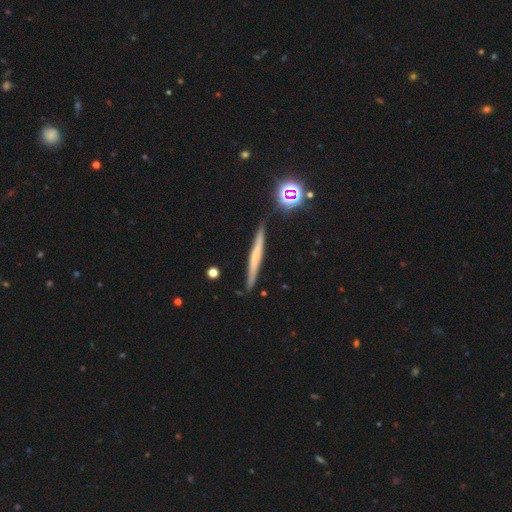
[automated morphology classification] Q: Smooth or featured?
A: featured or disk (50%); runner-up: smooth (40%)
Q: Edge-on disk?
A: yes (96%); runner-up: no (4%)
Q: Merging?
A: none (88%); runner-up: minor disturbance (9%)